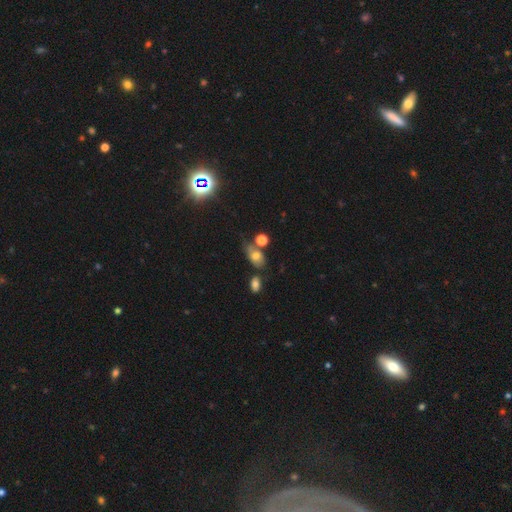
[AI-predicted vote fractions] This is likely a smooth galaxy (69%). How rounded: likely in between (76%). Merging: possibly none (51%).